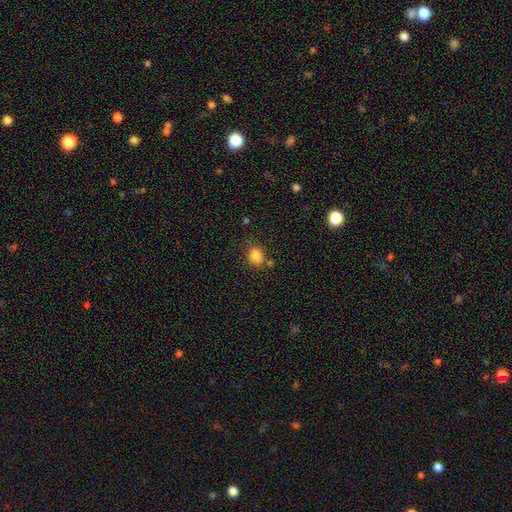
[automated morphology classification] Smooth or featured?
  - smooth: 83% *
  - star or artifact: 12%
  - featured or disk: 5%
How rounded?
  - round: 51% *
  - in between: 48%
  - cigar-shaped: 1%
Merging?
  - none: 68% *
  - minor disturbance: 17%
  - merger: 10%
  - major disturbance: 5%